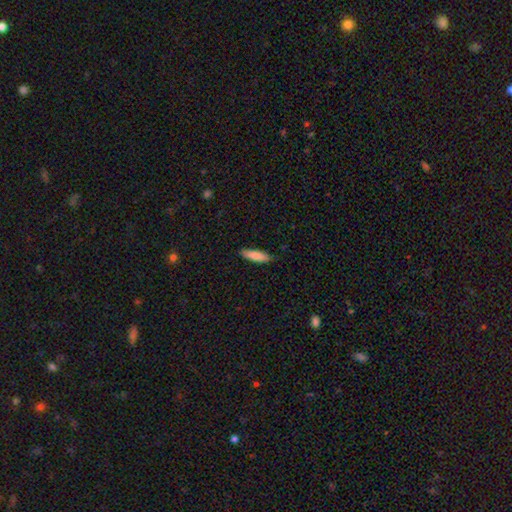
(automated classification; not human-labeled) Smooth or featured? Predicted: smooth (p=0.85). How rounded? Predicted: cigar-shaped (p=0.63). Merging? Predicted: none (p=0.86).